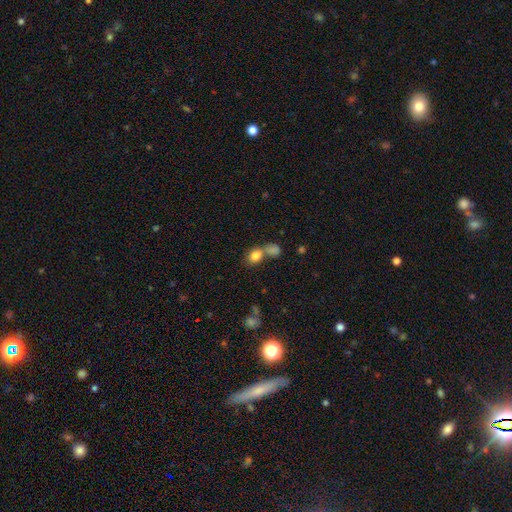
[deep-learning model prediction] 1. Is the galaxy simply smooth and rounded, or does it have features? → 81% smooth, 10% star or artifact, 9% featured or disk.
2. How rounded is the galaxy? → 55% in between, 44% round, 2% cigar-shaped.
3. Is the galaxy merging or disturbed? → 44% none, 40% merger, 11% minor disturbance, 5% major disturbance.